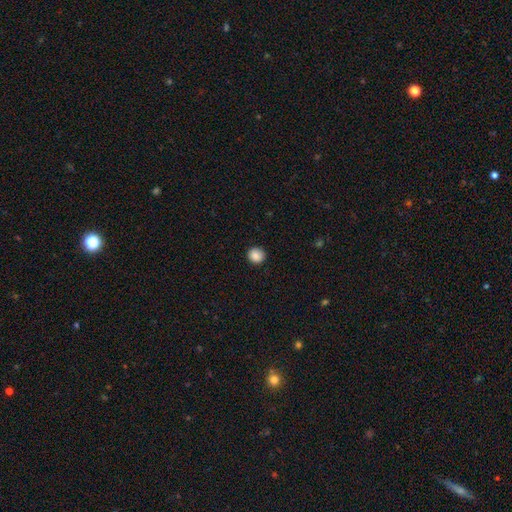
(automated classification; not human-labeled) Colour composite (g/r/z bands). It shows a smooth galaxy with no disk features (88%) that is round (90%). Merging: none (90%).